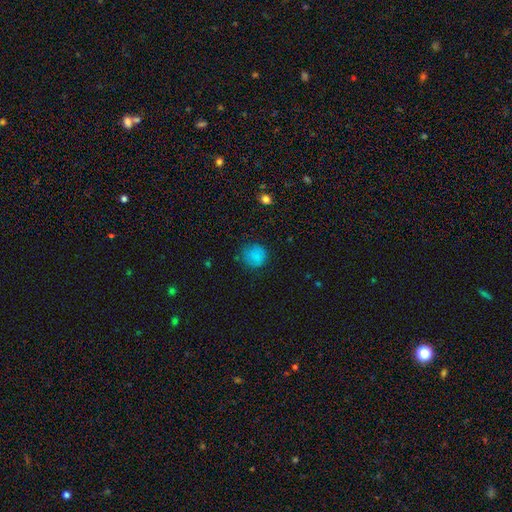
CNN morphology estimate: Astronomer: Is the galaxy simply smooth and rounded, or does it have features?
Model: smooth — 79%.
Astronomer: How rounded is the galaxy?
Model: round — 90%.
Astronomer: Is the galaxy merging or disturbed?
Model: none — 79%.